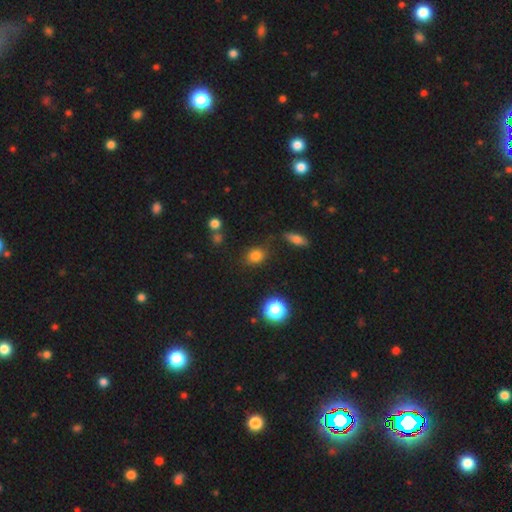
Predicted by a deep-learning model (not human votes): Q: Smooth or featured?
A: smooth (80%); runner-up: star or artifact (14%)
Q: How rounded?
A: round (57%); runner-up: in between (42%)
Q: Merging?
A: none (76%); runner-up: minor disturbance (16%)